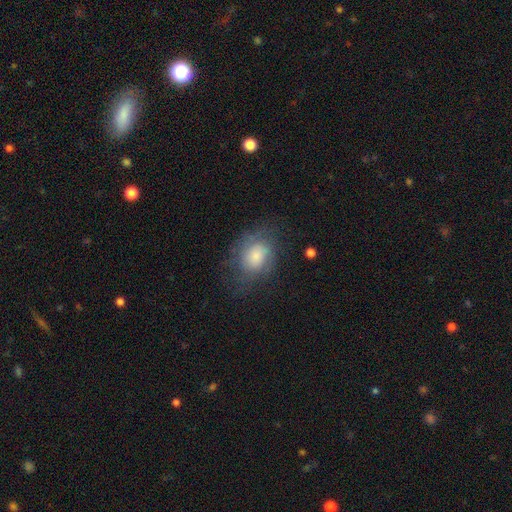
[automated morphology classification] smooth 54%, featured or disk 35%, star or artifact 11%. Down the decision tree: how rounded — in between (56%); merging — none (62%).